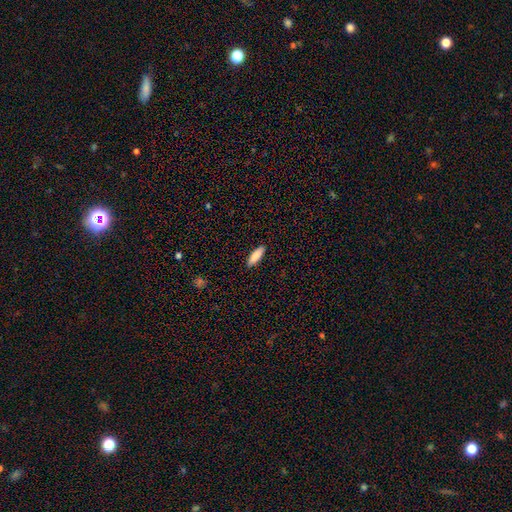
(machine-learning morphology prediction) smooth_or_featured: smooth (p=0.86) [alt: featured or disk p=0.08]
how_rounded: in between (p=0.51) [alt: cigar-shaped p=0.47]
merging: none (p=0.90) [alt: minor disturbance p=0.08]